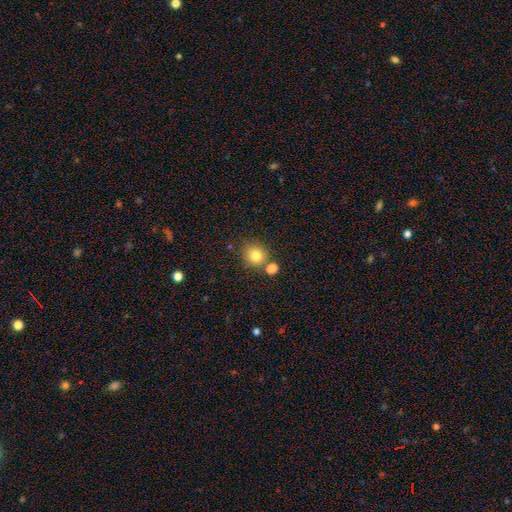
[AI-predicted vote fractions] Smooth or featured? Predicted: smooth (p=0.80). How rounded? Predicted: round (p=0.85). Merging? Predicted: none (p=0.71).